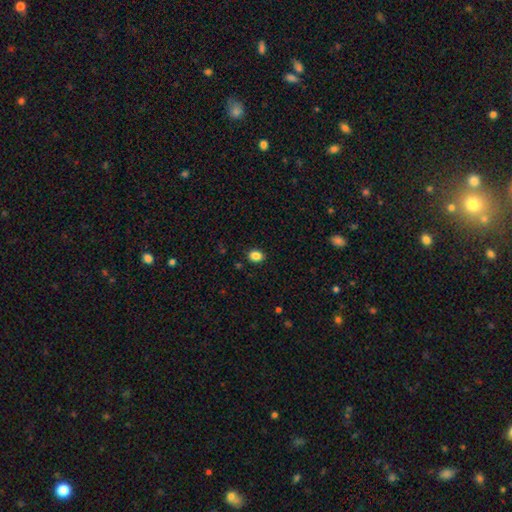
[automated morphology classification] A smooth galaxy with no disk features (85%) that is in between round and cigar-shaped (53%).

Vote fractions:
- Smooth or featured? smooth: 85% / star or artifact: 10% / featured or disk: 4%
- How rounded? in between: 53% / round: 46% / cigar-shaped: 1%
- Merging? none: 90% / minor disturbance: 7% / major disturbance: 2% / merger: 1%